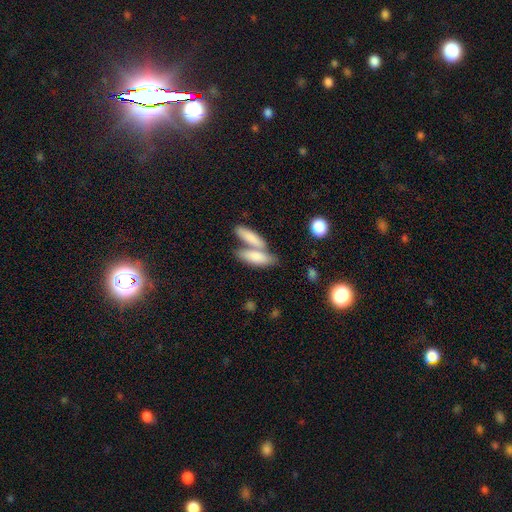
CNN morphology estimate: smooth 77%, featured or disk 17%, star or artifact 6%. Down the decision tree: how rounded — in between (56%); merging — merger (54%).